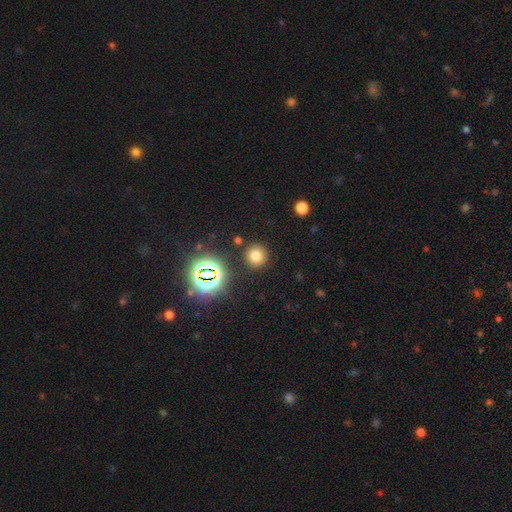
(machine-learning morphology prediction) The model was most divided on "smooth or featured": smooth: 72%, star or artifact: 21%, featured or disk: 7%. More confident: how rounded — round (92%); merging — none (88%).